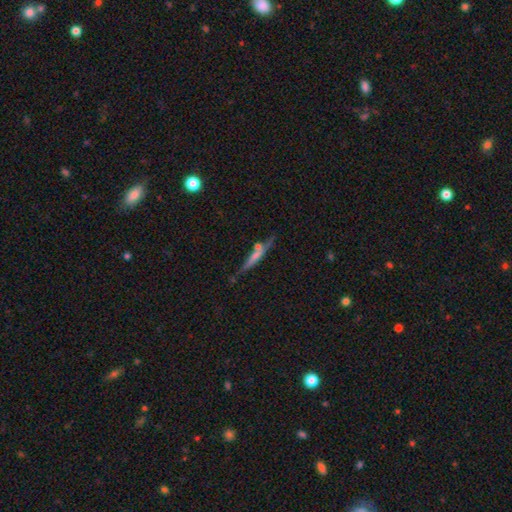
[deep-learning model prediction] Smooth or featured?
  - featured or disk: 50% *
  - smooth: 39%
  - star or artifact: 10%
Edge-on disk?
  - yes: 92% *
  - no: 8%
Merging?
  - none: 73% *
  - minor disturbance: 14%
  - merger: 9%
  - major disturbance: 4%